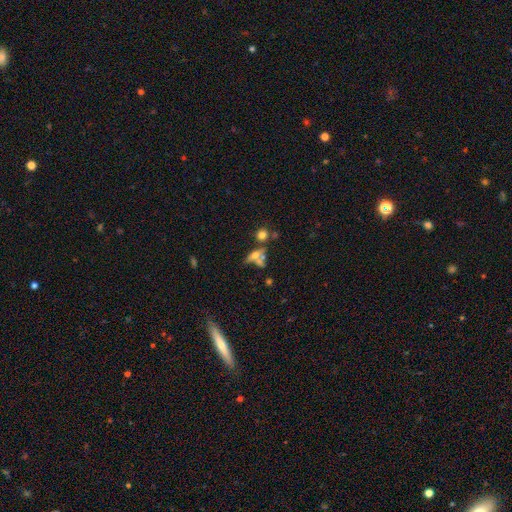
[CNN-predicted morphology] Smooth or featured? smooth (50%)
Merging? merger (39%)